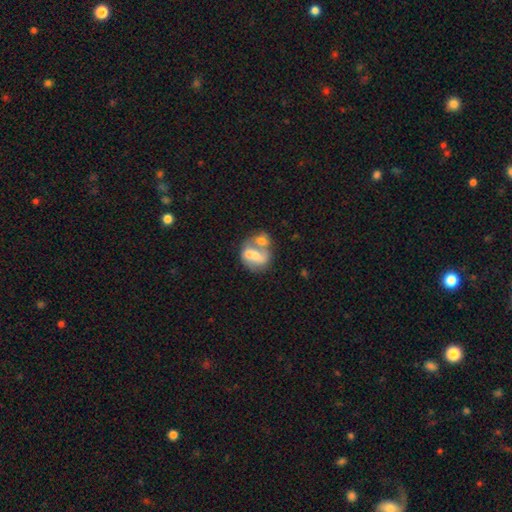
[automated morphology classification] Smooth or featured? featured or disk (48%)
Merging? merger (62%)